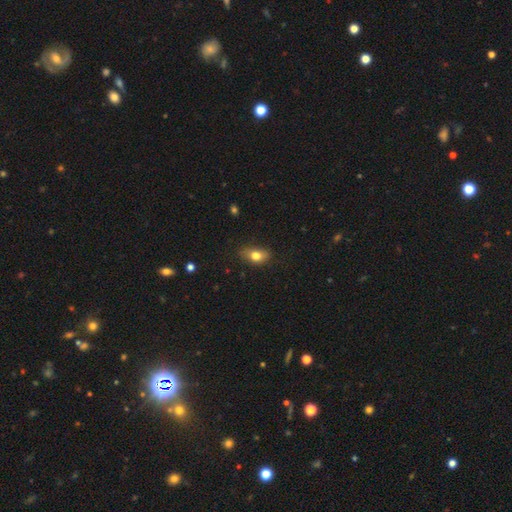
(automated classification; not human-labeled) A smooth galaxy with no disk features (77%) that is in between round and cigar-shaped (80%).

Vote fractions:
- Smooth or featured? smooth: 77% / featured or disk: 14% / star or artifact: 9%
- How rounded? in between: 80% / round: 16% / cigar-shaped: 4%
- Merging? none: 72% / minor disturbance: 22% / major disturbance: 5% / merger: 2%